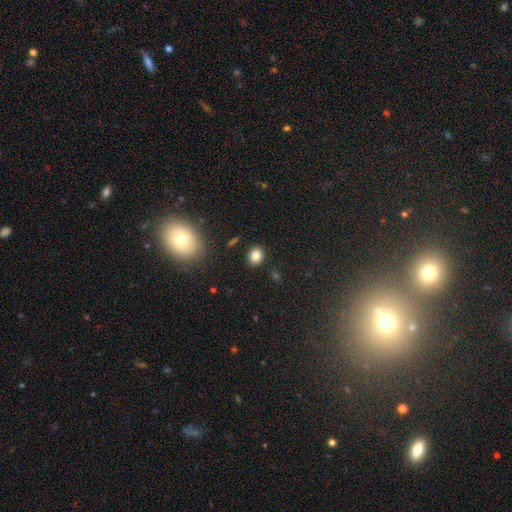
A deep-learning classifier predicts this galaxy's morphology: This appears to be a smooth galaxy with no disk features (83%) that is round (67%). Merging: none (88%).